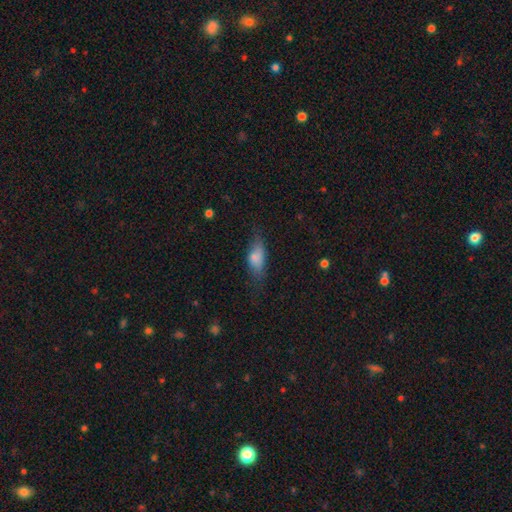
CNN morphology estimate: This appears to be a smooth galaxy with no disk features (73%) that is in between round and cigar-shaped (80%). Merging: none (50%).